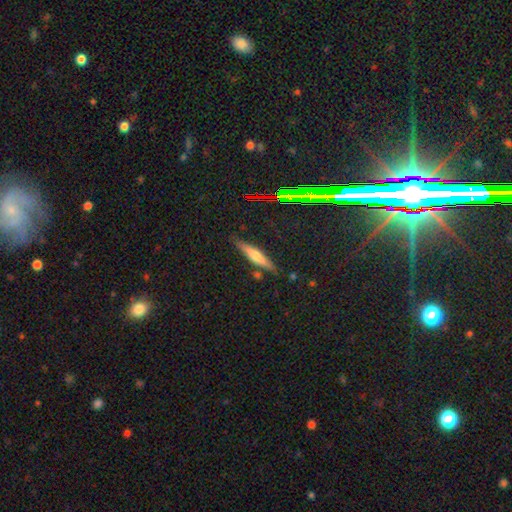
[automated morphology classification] Smooth or featured? smooth (47%)
Merging? none (83%)